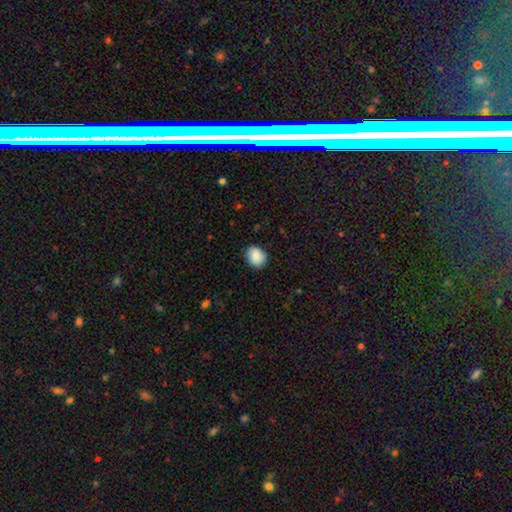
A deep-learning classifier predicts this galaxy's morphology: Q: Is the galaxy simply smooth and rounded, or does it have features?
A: smooth — 83%.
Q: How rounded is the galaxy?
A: round — 63%.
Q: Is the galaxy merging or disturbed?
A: none — 85%.